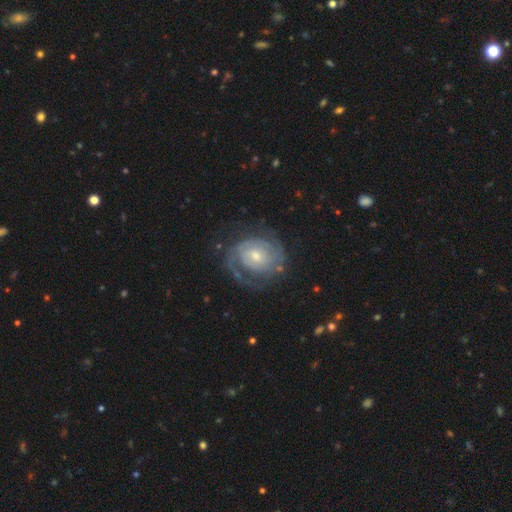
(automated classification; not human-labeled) Smooth or featured? Predicted: featured or disk (p=0.85). Edge-on disk? Predicted: no (p=0.98). Bar? Predicted: no (p=0.61). Spiral arms? Predicted: yes (p=0.94). Spiral winding? Predicted: tight (p=0.64). Spiral arm count? Predicted: 2 (p=0.54). Bulge size? Predicted: moderate (p=0.49). Merging? Predicted: none (p=0.72).